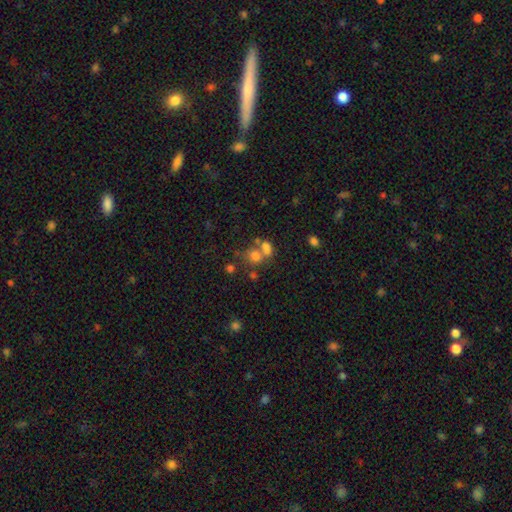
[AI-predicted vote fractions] The model was most divided on "merging": merger: 47%, none: 38%, minor disturbance: 9%, major disturbance: 6%. More confident: smooth or featured — smooth (65%); how rounded — round (60%).